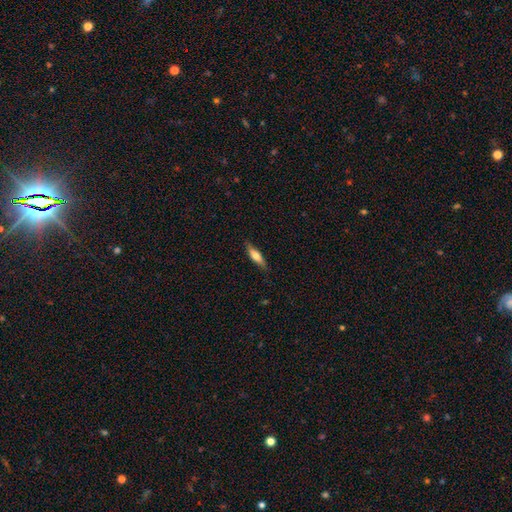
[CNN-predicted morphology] A smooth galaxy with no disk features (57%) that is cigar-shaped (64%).

Vote fractions:
- Smooth or featured? smooth: 57% / featured or disk: 36% / star or artifact: 6%
- How rounded? cigar-shaped: 64% / in between: 34% / round: 2%
- Merging? none: 84% / minor disturbance: 13% / major disturbance: 2% / merger: 1%